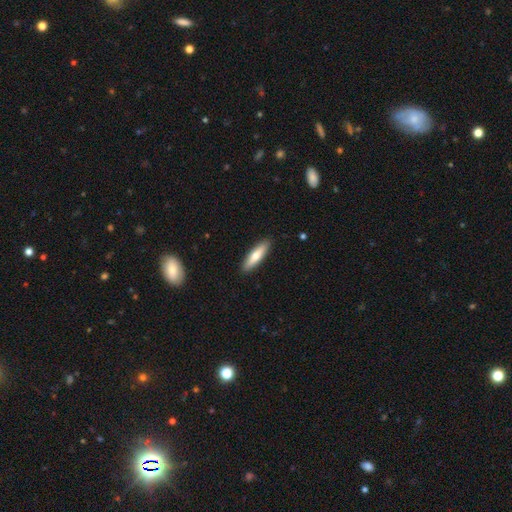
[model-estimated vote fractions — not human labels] Overall: smooth (71%). How rounded: cigar-shaped (70%). Merging: none (90%).